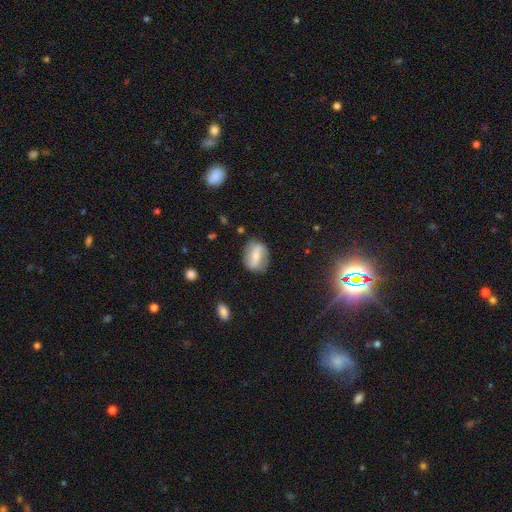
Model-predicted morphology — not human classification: smooth_or_featured: featured or disk (p=0.59) [alt: smooth p=0.34]
disk_edge_on: no (p=0.93) [alt: yes p=0.07]
bar: strong (p=0.49) [alt: weak p=0.32]
has_spiral_arms: yes (p=0.74) [alt: no p=0.26]
bulge_size: small (p=0.51) [alt: moderate p=0.41]
merging: none (p=0.78) [alt: minor disturbance p=0.16]